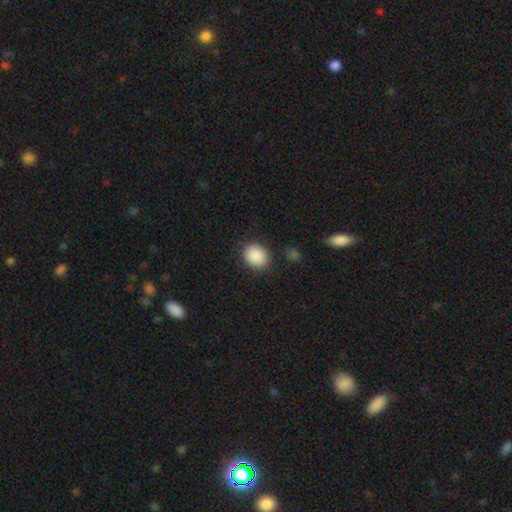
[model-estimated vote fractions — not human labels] smooth 89%, star or artifact 7%, featured or disk 3%. Down the decision tree: how rounded — round (55%); merging — none (87%).